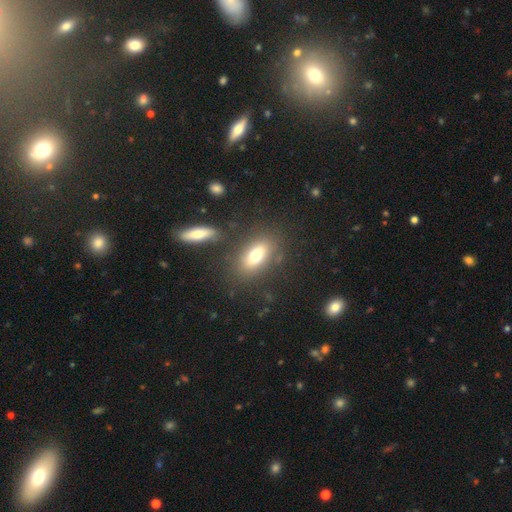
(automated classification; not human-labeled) smooth-or-featured: smooth: 72% | featured or disk: 18% | star or artifact: 10%
  how-rounded: in between: 82% | cigar-shaped: 9% | round: 9%
  merging: none: 78% | minor disturbance: 11% | merger: 6% | major disturbance: 5%